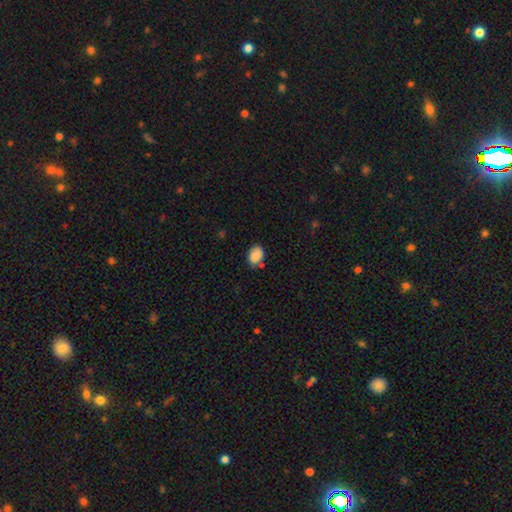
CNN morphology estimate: type=smooth (87%); roundness=in between (78%); merging=none (66%).